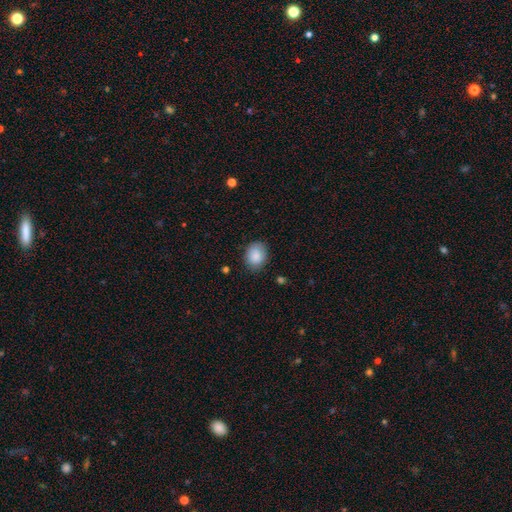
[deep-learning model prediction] Smooth or featured? smooth (87%)
How rounded? in between (57%)
Merging? none (80%)